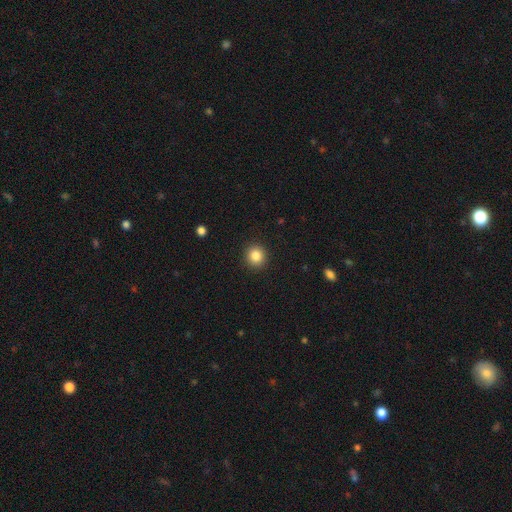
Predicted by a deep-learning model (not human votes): A smooth galaxy with no disk features (85%) that is round (89%). Merging: none (92%).